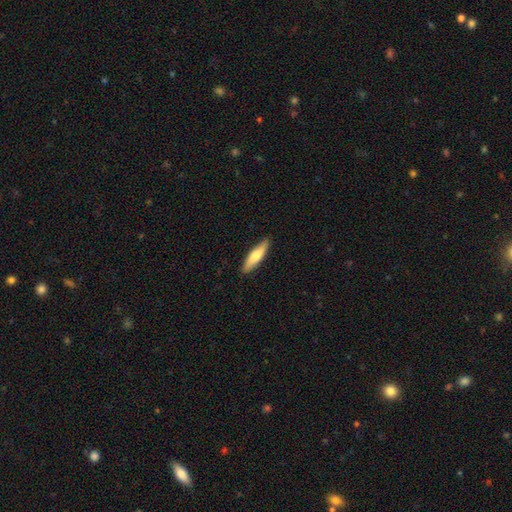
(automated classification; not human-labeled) This appears to be a smooth galaxy with no disk features (68%) that is cigar-shaped (68%). Merging: none (89%).